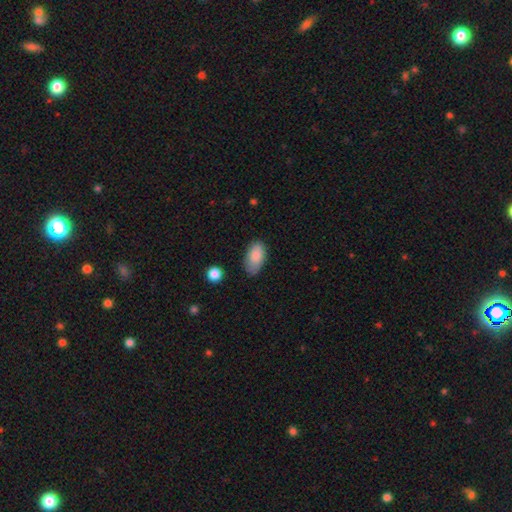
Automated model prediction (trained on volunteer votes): Overall: smooth (85%). How rounded: in between (94%). Merging: none (74%).